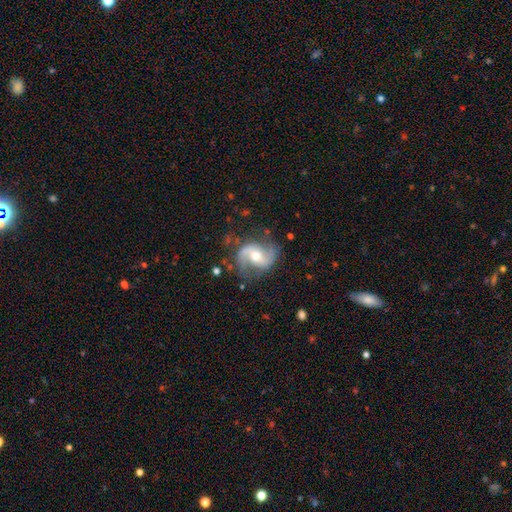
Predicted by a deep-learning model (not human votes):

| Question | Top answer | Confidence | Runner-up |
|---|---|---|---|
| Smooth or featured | featured or disk | 86% | smooth (8%) |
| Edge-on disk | no | 97% | yes (3%) |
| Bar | weak | 42% | no (40%) |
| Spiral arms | yes | 95% | no (5%) |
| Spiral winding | loose | 50% | medium (40%) |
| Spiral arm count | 2 | 91% | can't tell (3%) |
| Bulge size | moderate | 67% | small (24%) |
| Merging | none | 72% | minor disturbance (17%) |